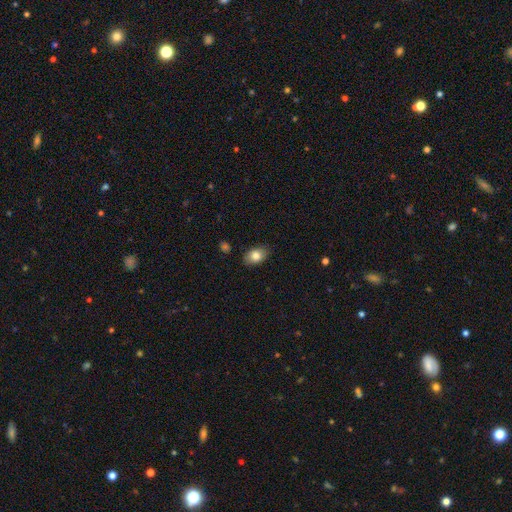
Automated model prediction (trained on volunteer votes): Q: Smooth or featured?
A: smooth (81%); runner-up: featured or disk (11%)
Q: How rounded?
A: in between (85%); runner-up: round (13%)
Q: Merging?
A: none (85%); runner-up: minor disturbance (11%)